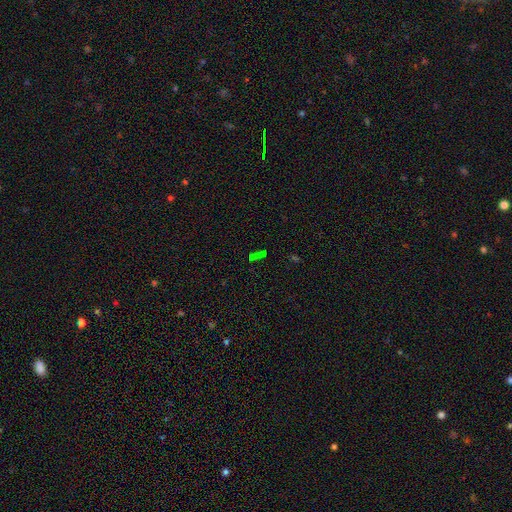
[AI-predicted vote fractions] A star or artifact, not a galaxy (51%).